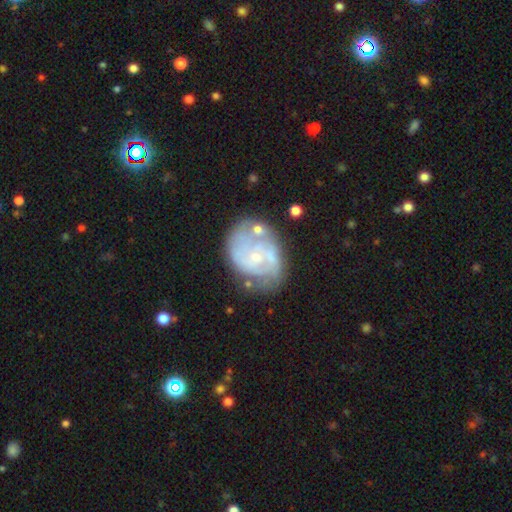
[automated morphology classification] type=featured or disk (76%); edge-on=no (98%); bar=no (73%); spiral arms=yes (80%); winding=tight (51%); arm count=2 (37%, tied with can't tell); bulge=small (74%); merging=none (52%).